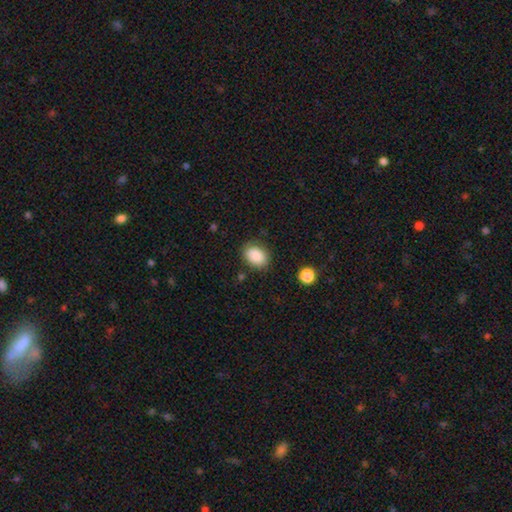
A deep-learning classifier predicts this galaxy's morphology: Smooth or featured?
  - smooth: 88% *
  - star or artifact: 8%
  - featured or disk: 4%
How rounded?
  - in between: 77% *
  - round: 22%
  - cigar-shaped: 1%
Merging?
  - none: 82% *
  - minor disturbance: 13%
  - major disturbance: 4%
  - merger: 2%